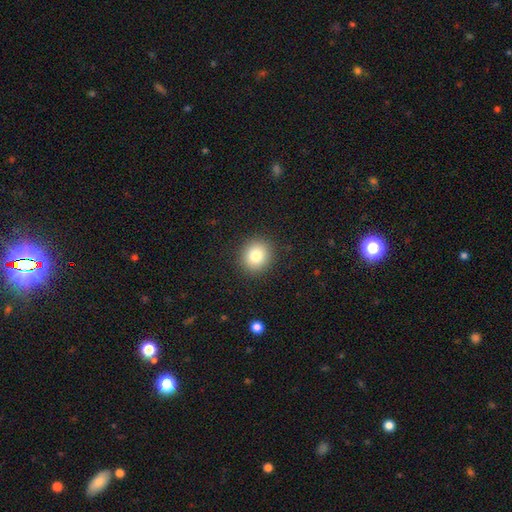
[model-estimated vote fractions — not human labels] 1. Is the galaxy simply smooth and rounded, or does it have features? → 81% smooth, 11% star or artifact, 9% featured or disk.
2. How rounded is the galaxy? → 85% round, 14% in between, 1% cigar-shaped.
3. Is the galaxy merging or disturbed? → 91% none, 6% minor disturbance, 2% major disturbance, 1% merger.